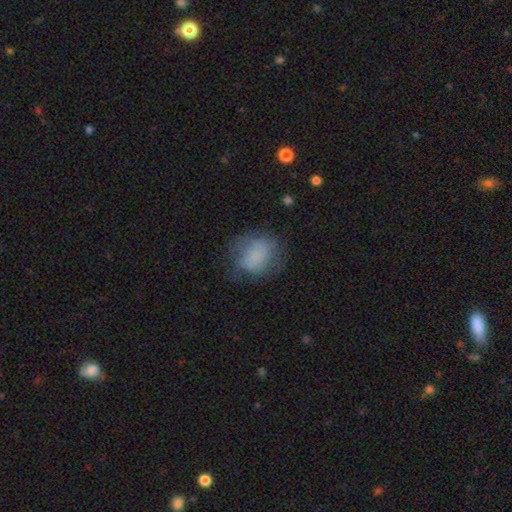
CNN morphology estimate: A smooth galaxy with no disk features (67%) that is round (51%).

Vote fractions:
- Smooth or featured? smooth: 67% / featured or disk: 23% / star or artifact: 10%
- How rounded? round: 51% / in between: 47% / cigar-shaped: 1%
- Merging? none: 54% / minor disturbance: 26% / major disturbance: 17% / merger: 2%